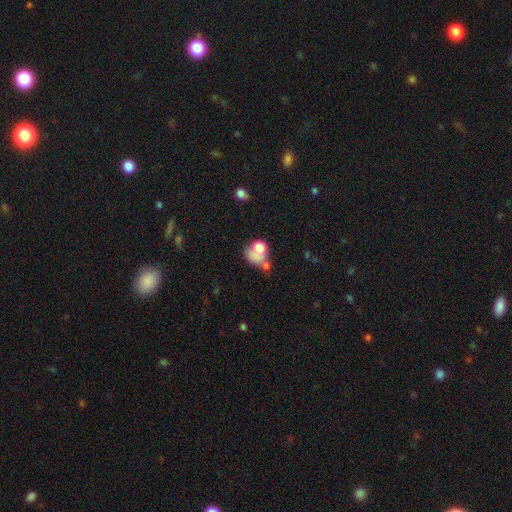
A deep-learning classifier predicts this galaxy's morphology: type=smooth (69%); roundness=round (54%); merging=merger (36%).